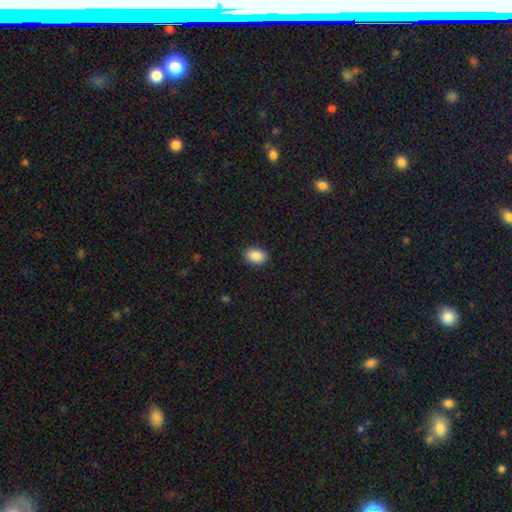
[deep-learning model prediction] Smooth or featured? smooth (89%)
How rounded? in between (84%)
Merging? none (89%)